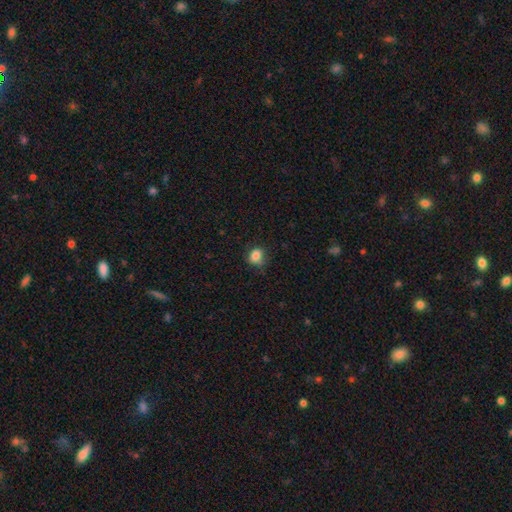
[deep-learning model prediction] smooth 82%, star or artifact 10%, featured or disk 7%. Down the decision tree: how rounded — in between (52%); merging — none (67%).